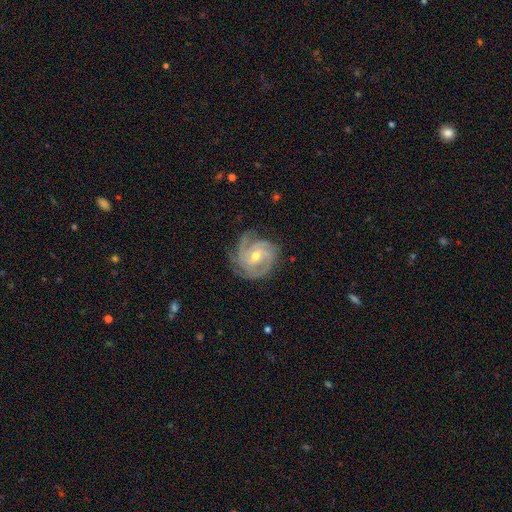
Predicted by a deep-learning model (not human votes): smooth_or_featured: featured or disk (p=0.91) [alt: smooth p=0.05]
disk_edge_on: no (p=0.98) [alt: yes p=0.02]
bar: no (p=0.44) [alt: weak p=0.42]
has_spiral_arms: yes (p=0.98) [alt: no p=0.02]
spiral_winding: tight (p=0.66) [alt: medium p=0.30]
spiral_arm_count: 3 (p=0.52) [alt: 4 p=0.15]
bulge_size: moderate (p=0.56) [alt: small p=0.41]
merging: none (p=0.76) [alt: minor disturbance p=0.17]